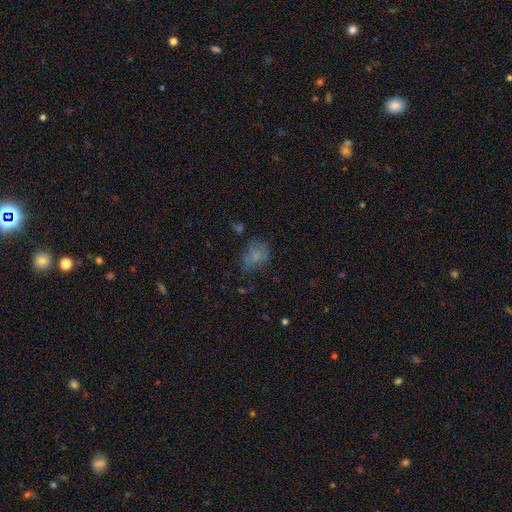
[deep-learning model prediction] A smooth galaxy with no disk features (65%) that is in between round and cigar-shaped (60%). Merging: none (51%).